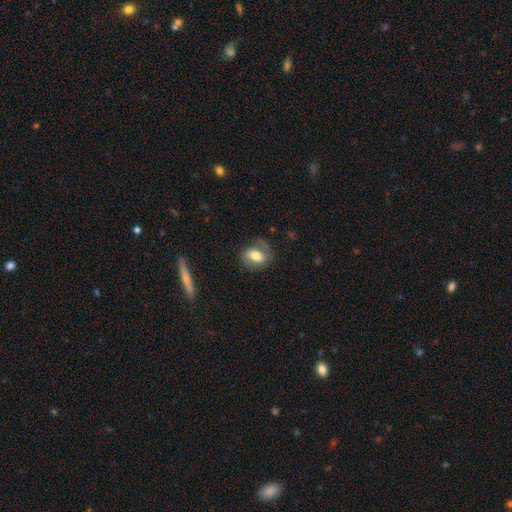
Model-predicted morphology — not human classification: Q: Smooth or featured?
A: smooth (53%); runner-up: featured or disk (39%)
Q: How rounded?
A: in between (74%); runner-up: round (23%)
Q: Merging?
A: none (65%); runner-up: minor disturbance (21%)